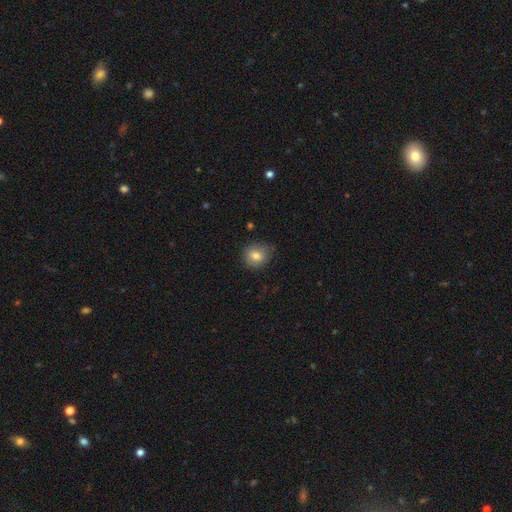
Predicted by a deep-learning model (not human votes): Smooth or featured: smooth — 80% (featured or disk — 10%)
How rounded: round — 79% (in between — 20%)
Merging: none — 79% (minor disturbance — 17%)